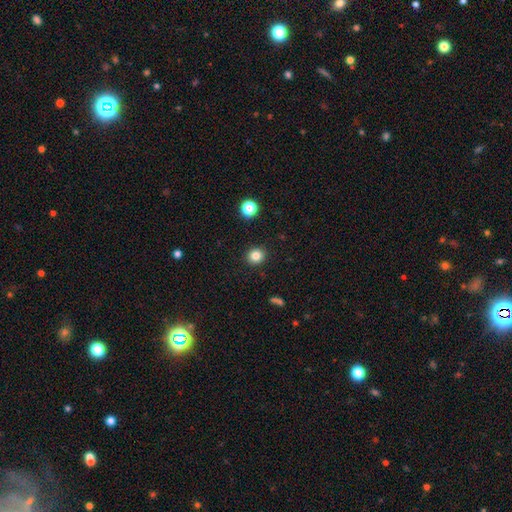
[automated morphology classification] smooth-or-featured: smooth: 83% | star or artifact: 12% | featured or disk: 5%
  how-rounded: round: 88% | in between: 11% | cigar-shaped: 1%
  merging: none: 92% | minor disturbance: 5% | major disturbance: 2% | merger: 1%